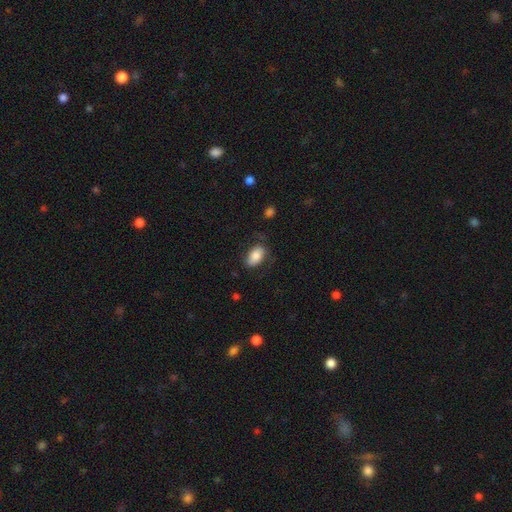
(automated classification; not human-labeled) A smooth galaxy with no disk features (81%) that is in between round and cigar-shaped (91%). Merging: none (66%).